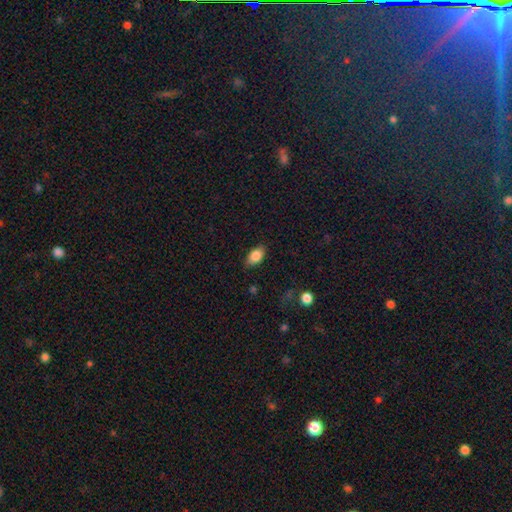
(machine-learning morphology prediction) smooth-or-featured: smooth: 85% | star or artifact: 8% | featured or disk: 7%
  how-rounded: in between: 90% | round: 6% | cigar-shaped: 3%
  merging: none: 83% | minor disturbance: 13% | major disturbance: 3% | merger: 1%